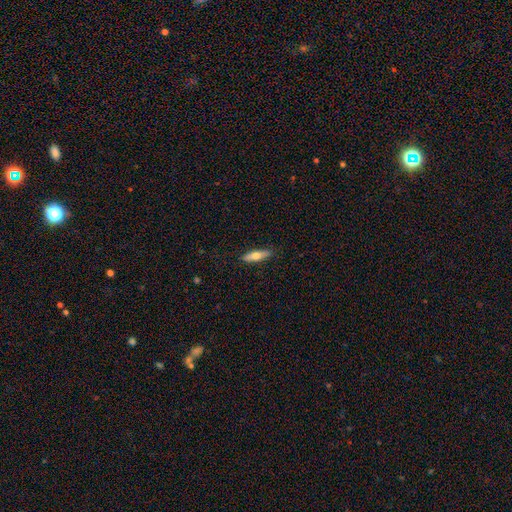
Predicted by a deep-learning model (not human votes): This appears to be a smooth galaxy with no disk features (61%) that is cigar-shaped (63%). Merging: none (88%).